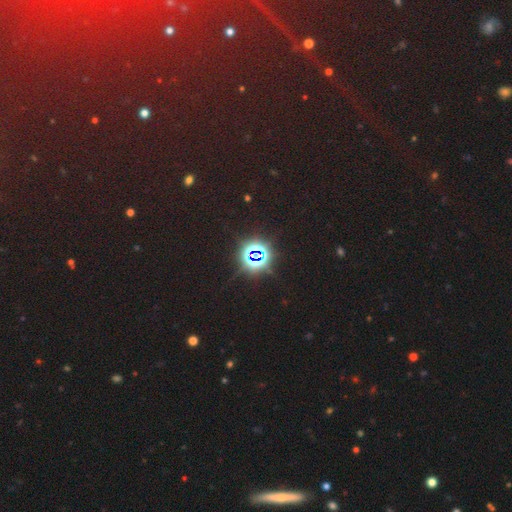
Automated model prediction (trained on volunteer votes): smooth_or_featured: star or artifact (p=0.81) [alt: smooth p=0.12]